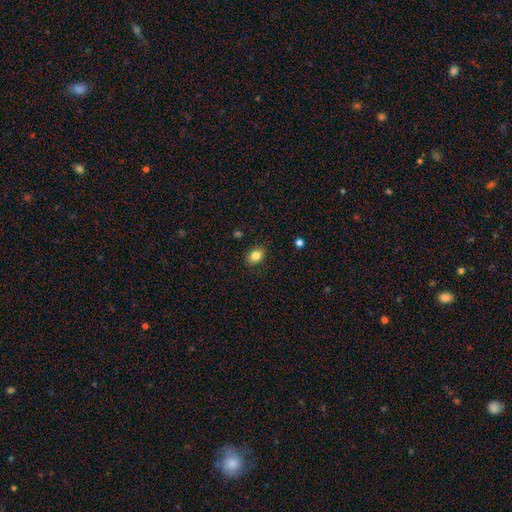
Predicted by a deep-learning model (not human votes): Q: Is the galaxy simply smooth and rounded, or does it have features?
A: smooth — 83%.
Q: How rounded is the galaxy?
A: in between — 73%.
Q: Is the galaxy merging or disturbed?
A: none — 86%.